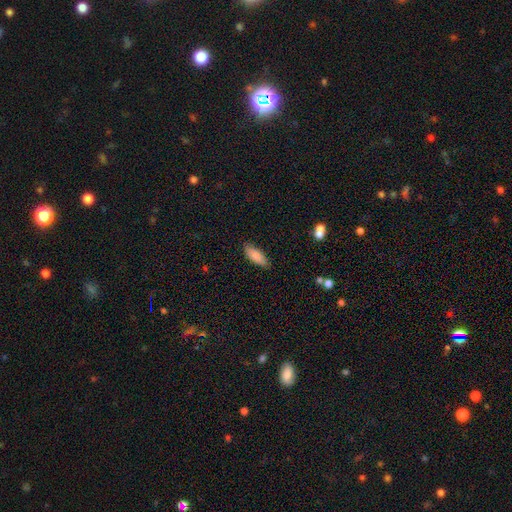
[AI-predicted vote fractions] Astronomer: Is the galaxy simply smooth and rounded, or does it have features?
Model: smooth — 85%.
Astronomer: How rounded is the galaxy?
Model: in between — 69%.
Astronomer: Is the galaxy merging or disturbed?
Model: none — 85%.